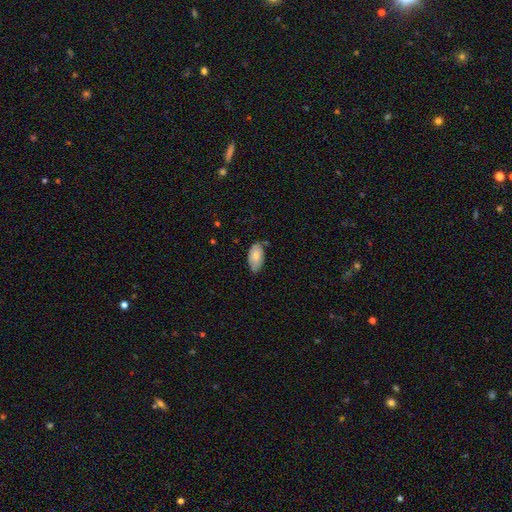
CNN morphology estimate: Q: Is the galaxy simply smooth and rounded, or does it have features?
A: smooth — 77%.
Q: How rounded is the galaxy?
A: in between — 94%.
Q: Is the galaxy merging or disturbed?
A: none — 66%.